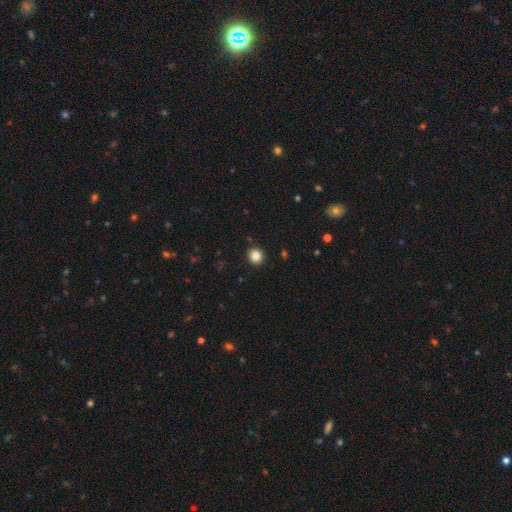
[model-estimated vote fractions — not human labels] Smooth or featured?
  - smooth: 86% *
  - star or artifact: 10%
  - featured or disk: 3%
How rounded?
  - round: 91% *
  - in between: 8%
  - cigar-shaped: 1%
Merging?
  - none: 92% *
  - minor disturbance: 5%
  - major disturbance: 2%
  - merger: 1%